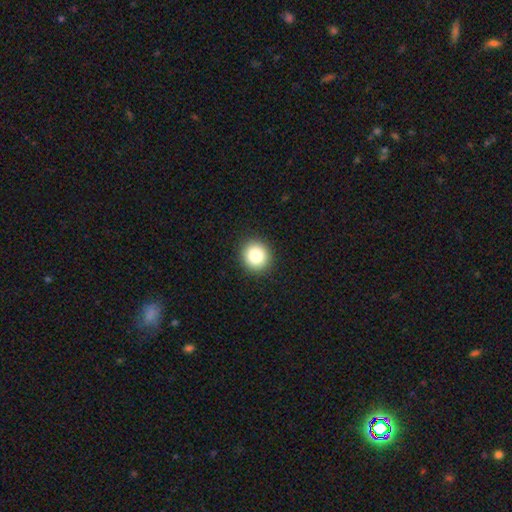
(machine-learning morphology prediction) This is clearly a smooth galaxy (84%). How rounded: clearly round (89%). Merging: clearly none (92%).